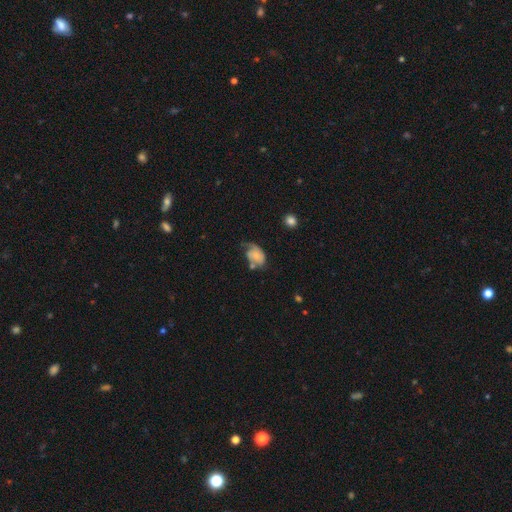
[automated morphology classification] smooth 49%, featured or disk 43%, star or artifact 9%. Down the decision tree: merging — minor disturbance (32%).